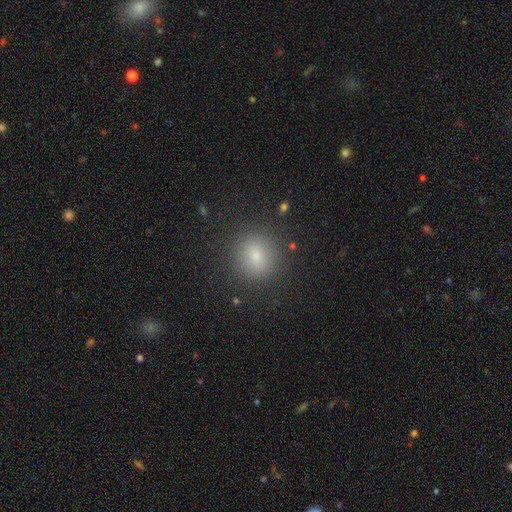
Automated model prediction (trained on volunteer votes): Q: Smooth or featured?
A: smooth (77%); runner-up: star or artifact (14%)
Q: How rounded?
A: round (79%); runner-up: in between (20%)
Q: Merging?
A: none (88%); runner-up: minor disturbance (8%)